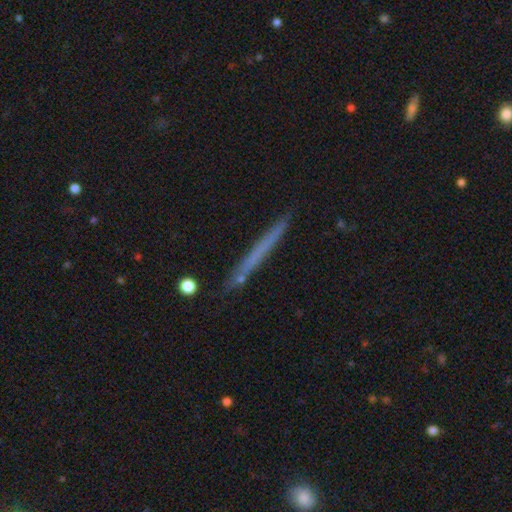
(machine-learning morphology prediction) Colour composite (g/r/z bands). It shows a smooth galaxy with no disk features (51%) that is cigar-shaped (96%). Merging: none (88%).